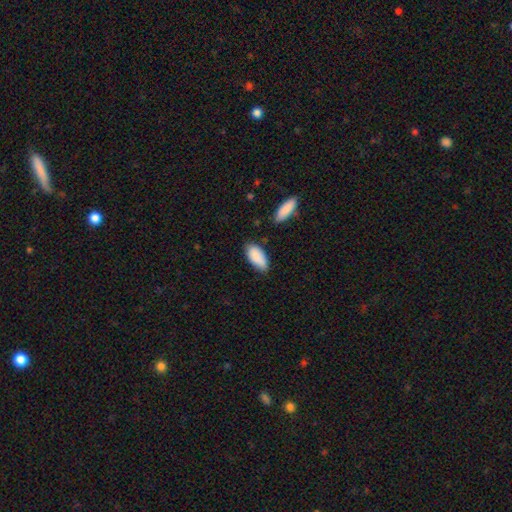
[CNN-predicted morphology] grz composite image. It shows a smooth galaxy with no disk features (88%) that is in between round and cigar-shaped (90%). Merging: none (71%).